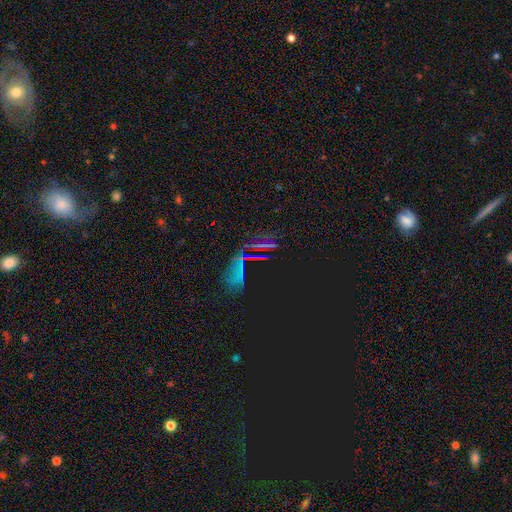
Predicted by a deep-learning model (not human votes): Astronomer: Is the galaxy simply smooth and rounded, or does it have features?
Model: star or artifact — 68%.